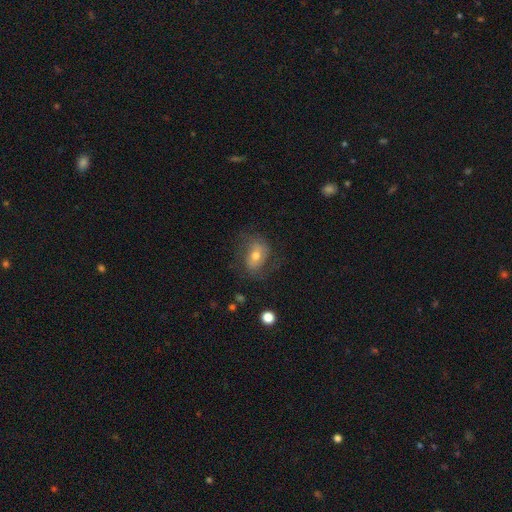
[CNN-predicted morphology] Smooth or featured? Predicted: smooth (p=0.47). Merging? Predicted: none (p=0.64).